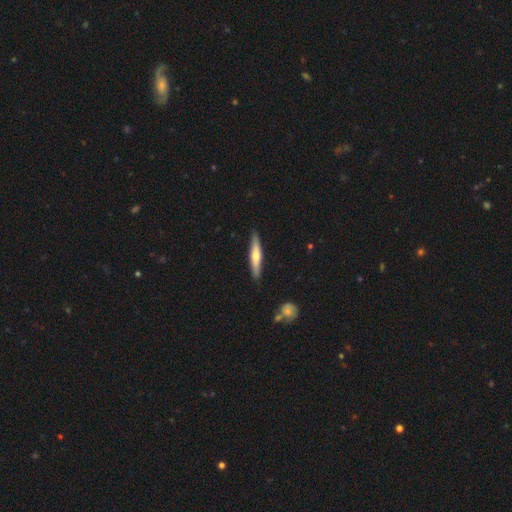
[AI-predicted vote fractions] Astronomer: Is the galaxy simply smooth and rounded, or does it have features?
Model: smooth — 50% (runner-up: featured or disk, 45%).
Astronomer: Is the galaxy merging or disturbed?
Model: none — 89%.